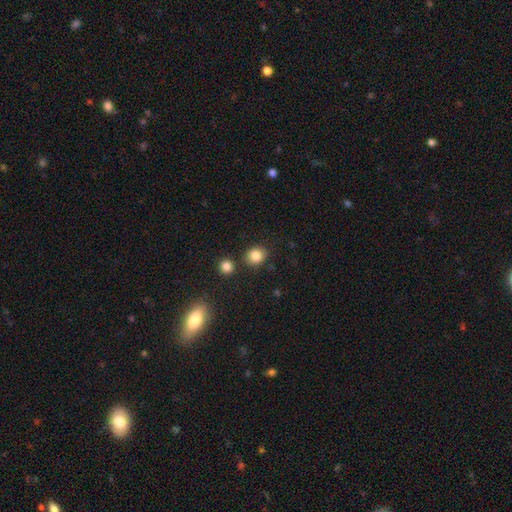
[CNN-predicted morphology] type=smooth (84%); roundness=round (73%); merging=none (81%).